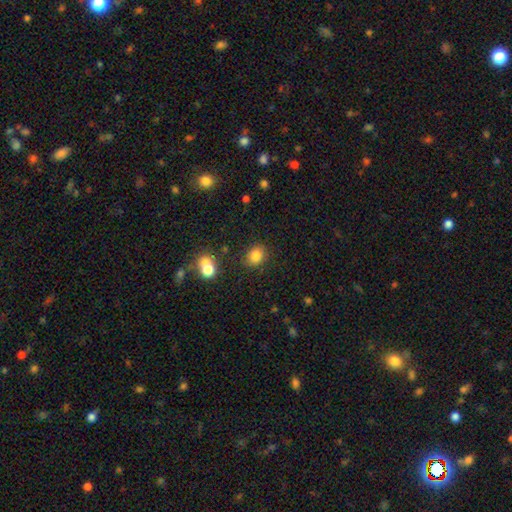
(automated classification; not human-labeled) smooth-or-featured: smooth: 83% | star or artifact: 11% | featured or disk: 6%
  how-rounded: round: 57% | in between: 42% | cigar-shaped: 1%
  merging: none: 82% | minor disturbance: 11% | major disturbance: 3% | merger: 3%